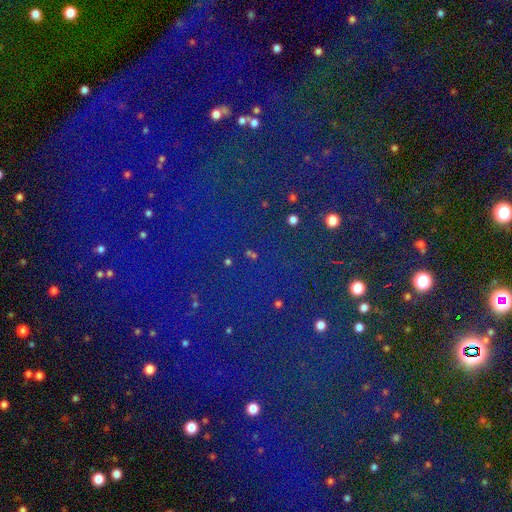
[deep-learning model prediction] Smooth or featured?
  - star or artifact: 81% *
  - smooth: 11%
  - featured or disk: 7%